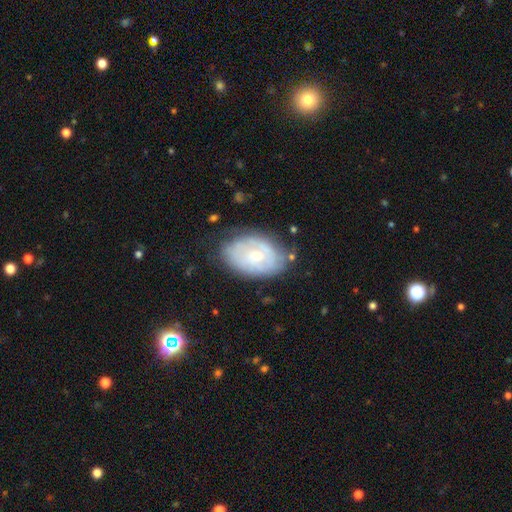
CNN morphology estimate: This appears to be a featured or disk galaxy (56%) with no bar (68%), spiral arms (60%) and a small central bulge (49%). Merging: none (67%).